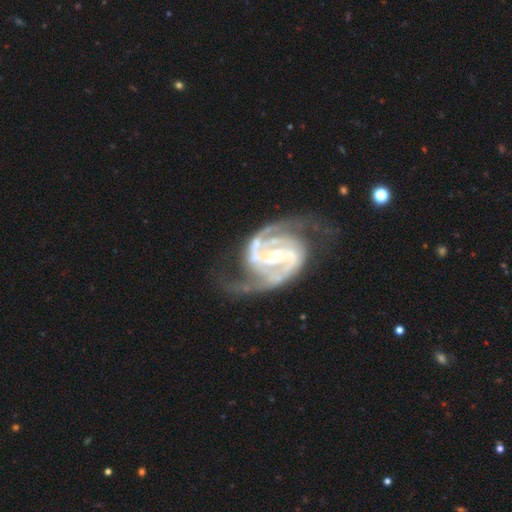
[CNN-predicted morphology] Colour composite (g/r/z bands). It shows a featured or disk galaxy (92%) with a weak bar (46%), 2 (78%) medium (50%) spiral arms (98%) and a moderate central bulge (58%). Merging: none (49%).